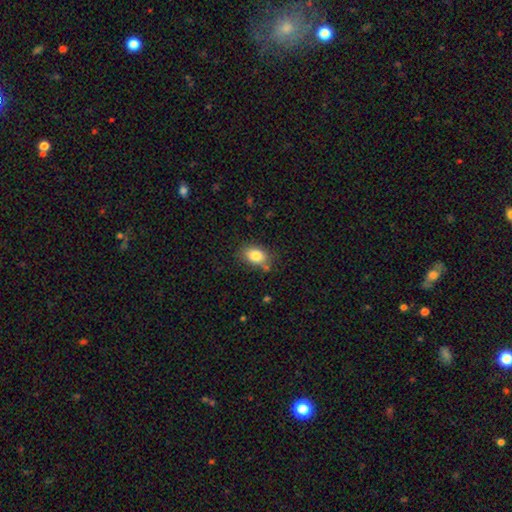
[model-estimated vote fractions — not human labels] A smooth galaxy with no disk features (83%) that is in between round and cigar-shaped (83%).

Vote fractions:
- Smooth or featured? smooth: 83% / star or artifact: 9% / featured or disk: 8%
- How rounded? in between: 83% / round: 15% / cigar-shaped: 2%
- Merging? none: 73% / minor disturbance: 18% / merger: 5% / major disturbance: 4%